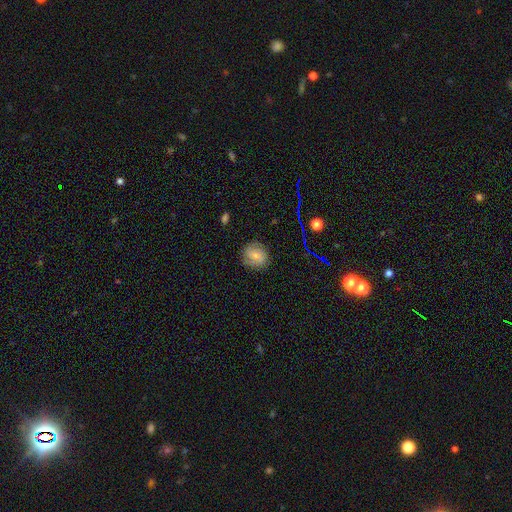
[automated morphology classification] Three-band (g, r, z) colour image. It shows a featured or disk galaxy (48%). Merging: none (76%).